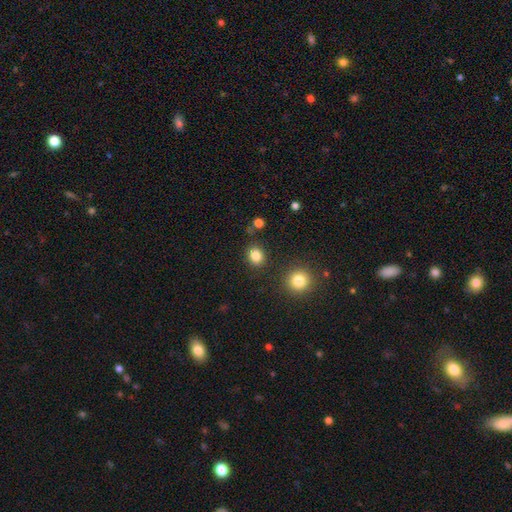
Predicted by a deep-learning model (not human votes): smooth 84%, star or artifact 11%, featured or disk 5%. Down the decision tree: how rounded — round (69%); merging — none (85%).